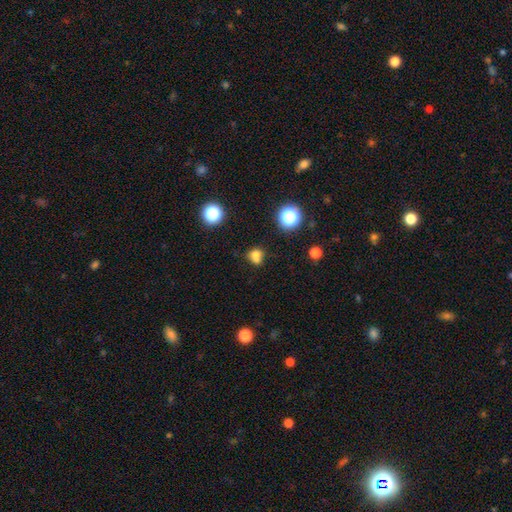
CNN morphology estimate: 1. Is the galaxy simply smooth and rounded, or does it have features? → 72% smooth, 17% star or artifact, 12% featured or disk.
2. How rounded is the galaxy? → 73% round, 26% in between, 1% cigar-shaped.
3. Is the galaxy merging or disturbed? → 45% merger, 40% none, 10% minor disturbance, 4% major disturbance.